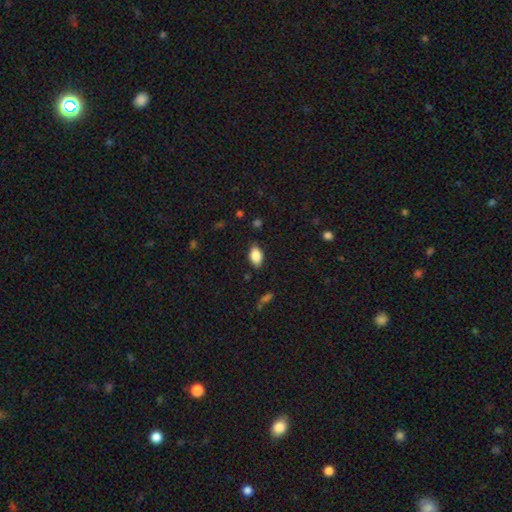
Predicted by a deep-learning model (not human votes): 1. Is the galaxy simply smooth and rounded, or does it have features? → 86% smooth, 8% star or artifact, 6% featured or disk.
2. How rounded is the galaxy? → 92% in between, 6% round, 3% cigar-shaped.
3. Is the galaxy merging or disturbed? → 84% none, 12% minor disturbance, 3% major disturbance, 1% merger.